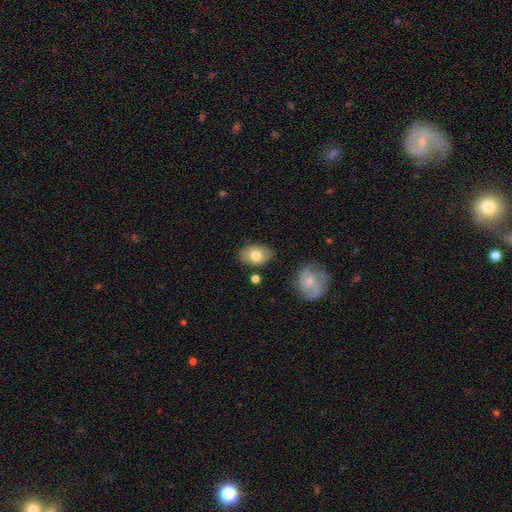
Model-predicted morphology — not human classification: type=smooth (74%); roundness=in between (81%); merging=none (80%).